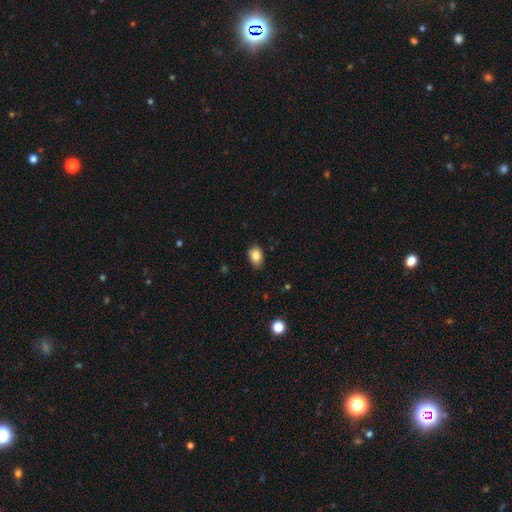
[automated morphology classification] The model was most divided on "how rounded": in between: 78%, round: 21%, cigar-shaped: 1%. More confident: smooth or featured — smooth (84%); merging — none (83%).